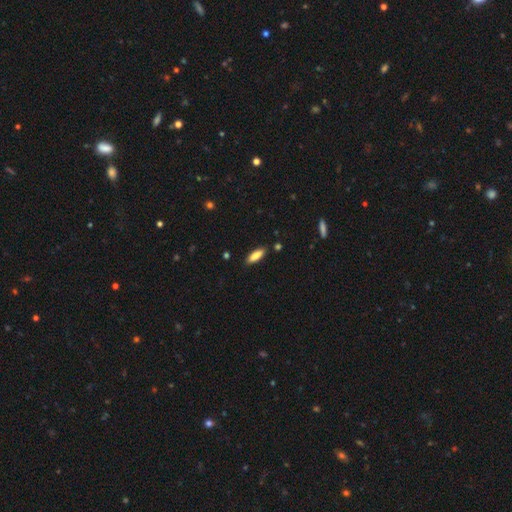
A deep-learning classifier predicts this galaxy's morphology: smooth_or_featured: smooth (p=0.85) [alt: featured or disk p=0.09]
how_rounded: in between (p=0.53) [alt: cigar-shaped p=0.45]
merging: none (p=0.86) [alt: minor disturbance p=0.11]